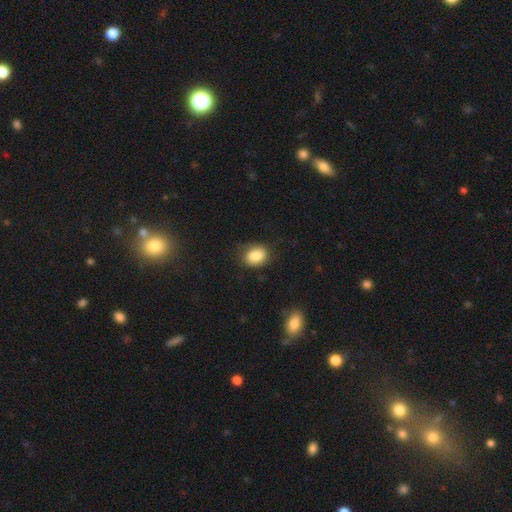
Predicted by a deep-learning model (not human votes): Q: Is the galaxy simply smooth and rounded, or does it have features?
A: smooth — 82%.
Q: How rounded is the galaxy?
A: in between — 61%.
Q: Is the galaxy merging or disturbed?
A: none — 71%.